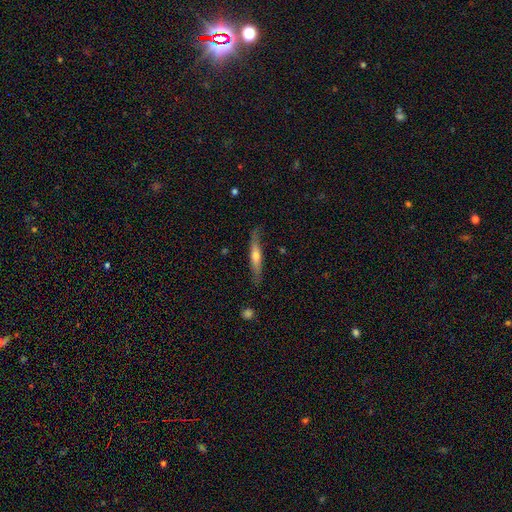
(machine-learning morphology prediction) smooth_or_featured: featured or disk (p=0.49) [alt: smooth p=0.45]
merging: none (p=0.78) [alt: minor disturbance p=0.16]